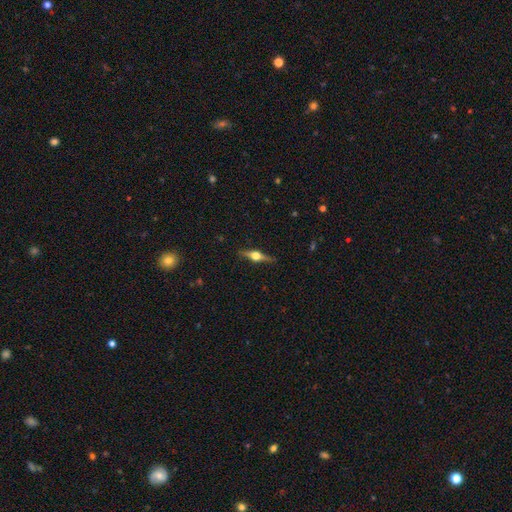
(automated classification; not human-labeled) The model was most divided on "smooth or featured": featured or disk: 79%, smooth: 14%, star or artifact: 6%. More confident: edge-on disk — yes (98%); edge-on bulge — rounded (95%); merging — none (89%).